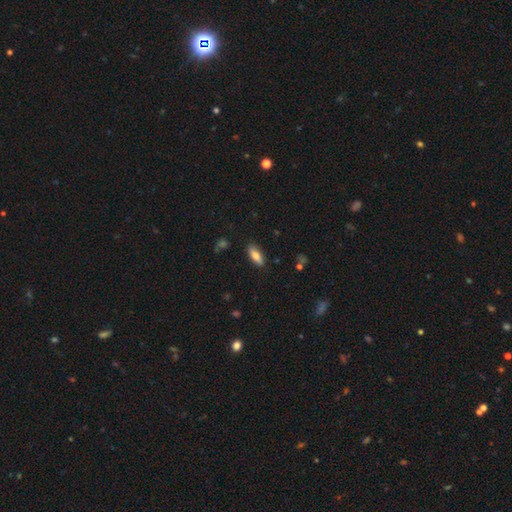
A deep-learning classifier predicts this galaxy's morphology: This appears to be a smooth galaxy with no disk features (77%) that is in between round and cigar-shaped (71%). Merging: none (85%).